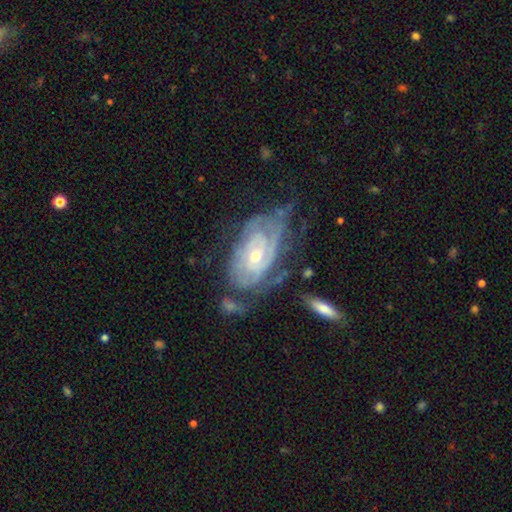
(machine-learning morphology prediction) Smooth or featured? Predicted: featured or disk (p=0.85). Edge-on disk? Predicted: no (p=0.95). Bar? Predicted: no (p=0.65). Spiral arms? Predicted: yes (p=0.91). Spiral winding? Predicted: tight (p=0.73). Spiral arm count? Predicted: can't tell (p=0.44). Bulge size? Predicted: small (p=0.50). Merging? Predicted: none (p=0.48).